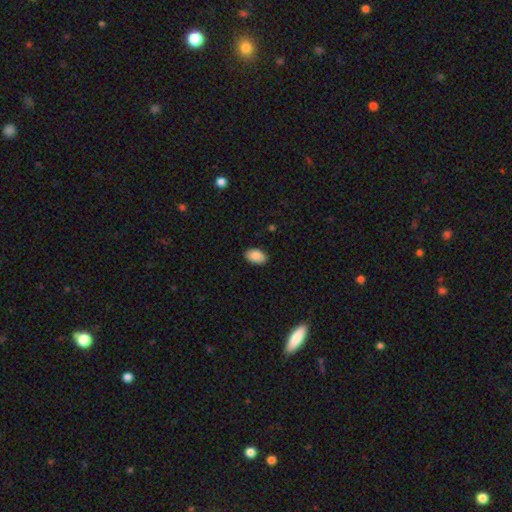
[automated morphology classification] This is clearly a smooth galaxy (89%). How rounded: clearly in between (93%). Merging: clearly none (88%).